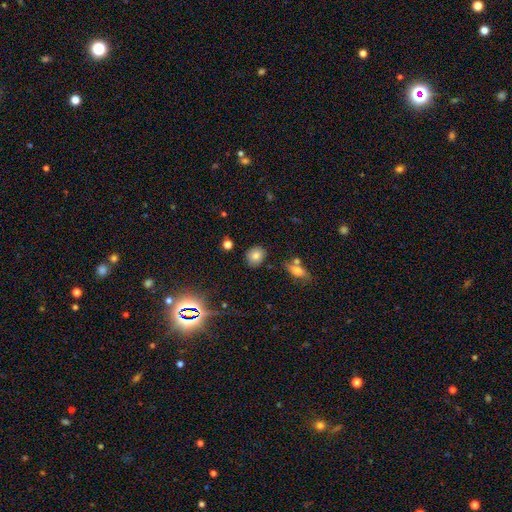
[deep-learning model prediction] A smooth galaxy with no disk features (79%) that is round (69%). Merging: none (85%).